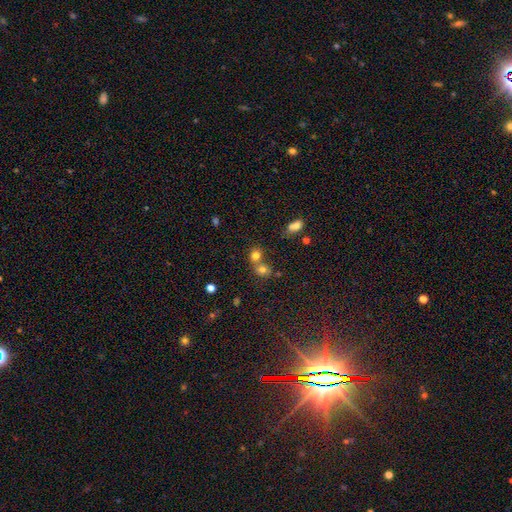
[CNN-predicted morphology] type=smooth (75%); roundness=round (75%); merging=merger (47%).